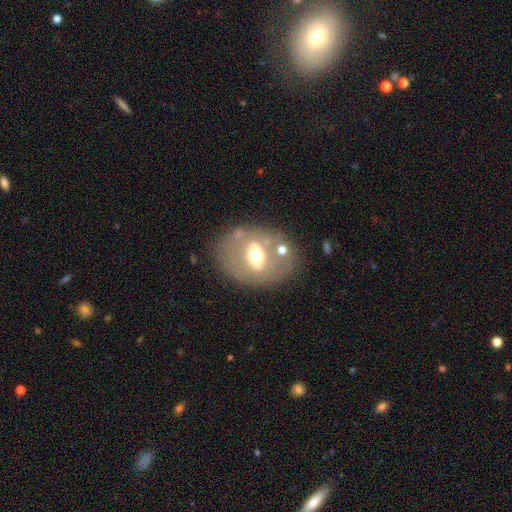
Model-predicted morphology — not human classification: Smooth or featured? featured or disk (58%)
Edge-on disk? no (79%)
Merging? none (73%)